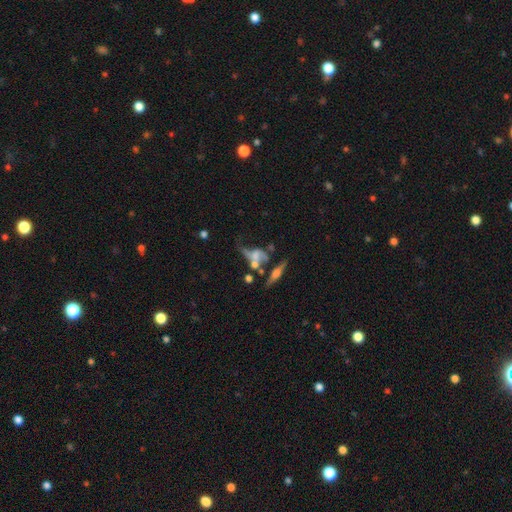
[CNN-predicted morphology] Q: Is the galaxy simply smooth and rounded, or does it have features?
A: featured or disk — 59%.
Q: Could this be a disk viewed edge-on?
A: no — 83%.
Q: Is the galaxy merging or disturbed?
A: merger — 31%.